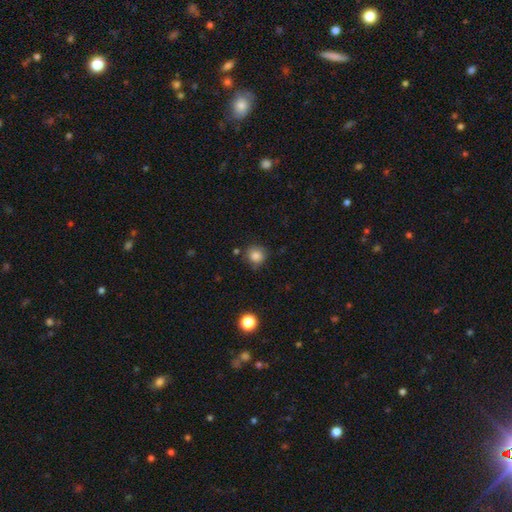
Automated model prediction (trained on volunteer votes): This appears to be a smooth galaxy with no disk features (84%) that is round (89%). Merging: none (77%).